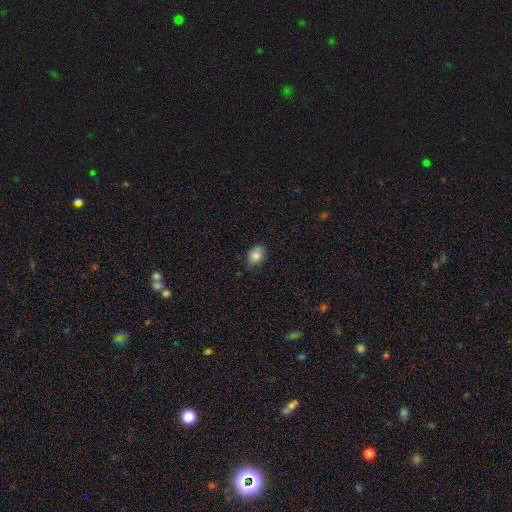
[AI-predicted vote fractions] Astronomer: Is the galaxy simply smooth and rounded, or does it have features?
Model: smooth — 85%.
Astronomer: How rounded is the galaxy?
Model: in between — 56% (runner-up: round, 43%).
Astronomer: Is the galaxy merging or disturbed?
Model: none — 76%.